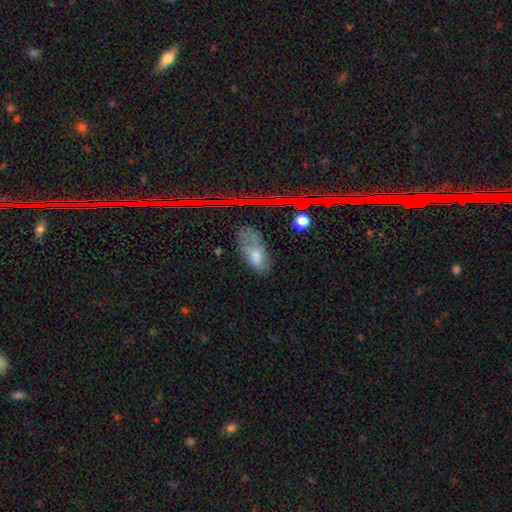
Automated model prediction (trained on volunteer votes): A smooth galaxy with no disk features (64%) that is in between round and cigar-shaped (88%).

Vote fractions:
- Smooth or featured? smooth: 64% / featured or disk: 21% / star or artifact: 15%
- How rounded? in between: 88% / cigar-shaped: 8% / round: 4%
- Merging? none: 42% / minor disturbance: 32% / major disturbance: 21% / merger: 5%